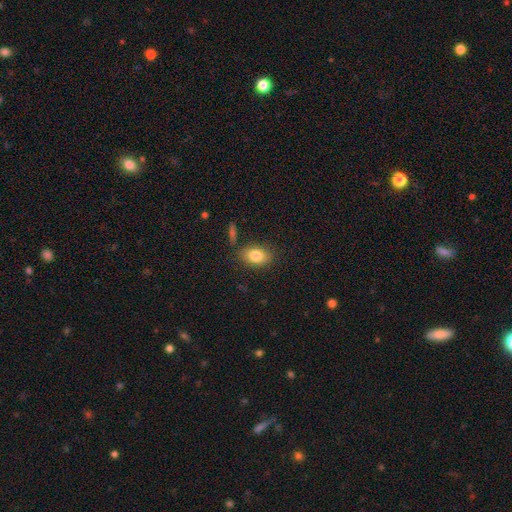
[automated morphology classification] Q: Smooth or featured?
A: smooth (82%); runner-up: featured or disk (10%)
Q: How rounded?
A: in between (83%); runner-up: round (15%)
Q: Merging?
A: none (81%); runner-up: minor disturbance (12%)